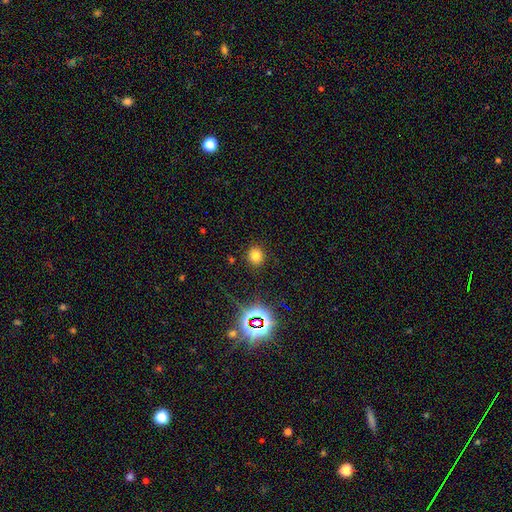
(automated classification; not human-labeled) smooth-or-featured: smooth: 73% | star or artifact: 20% | featured or disk: 7%
  how-rounded: round: 86% | in between: 13% | cigar-shaped: 1%
  merging: none: 88% | minor disturbance: 7% | major disturbance: 3% | merger: 2%